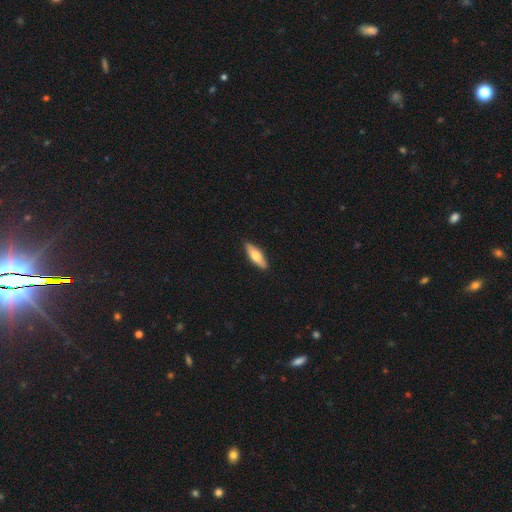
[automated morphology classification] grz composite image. It shows a smooth galaxy with no disk features (61%) that is cigar-shaped (51%). Merging: none (89%).